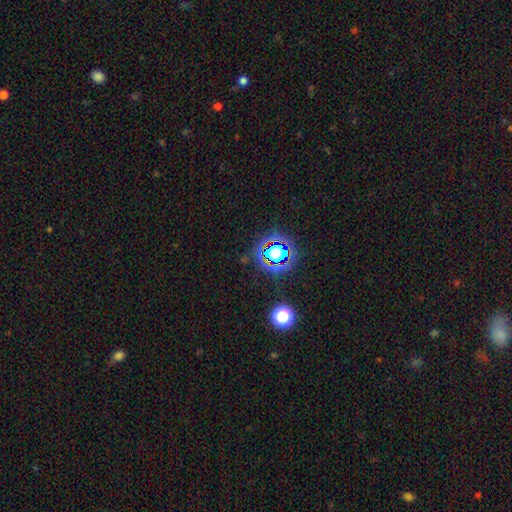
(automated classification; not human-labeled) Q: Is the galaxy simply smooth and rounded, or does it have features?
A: star or artifact — 77%.